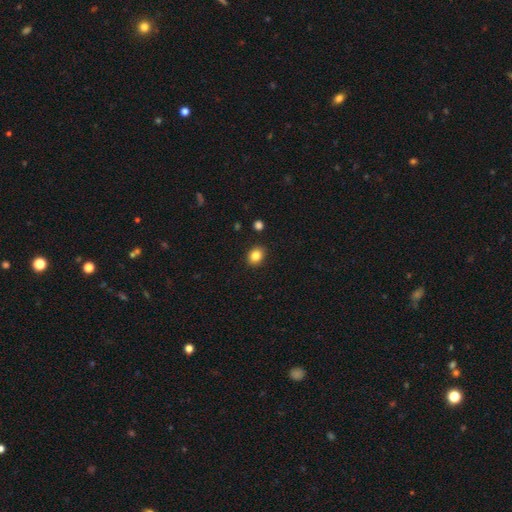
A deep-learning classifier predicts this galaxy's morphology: smooth-or-featured: smooth: 84% | star or artifact: 10% | featured or disk: 6%
  how-rounded: round: 55% | in between: 44% | cigar-shaped: 1%
  merging: none: 89% | minor disturbance: 8% | major disturbance: 2% | merger: 2%